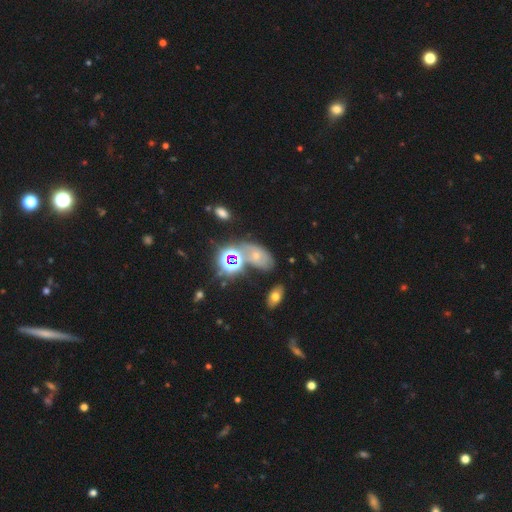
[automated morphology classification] Smooth or featured? Predicted: smooth (p=0.43). Merging? Predicted: none (p=0.49).